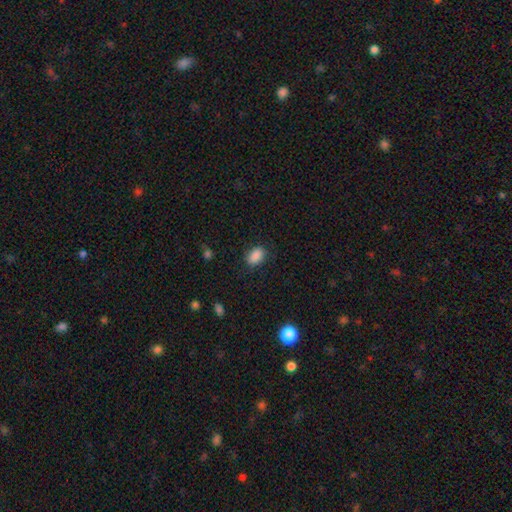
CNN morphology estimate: Overall: smooth (87%). How rounded: in between (84%). Merging: none (80%).